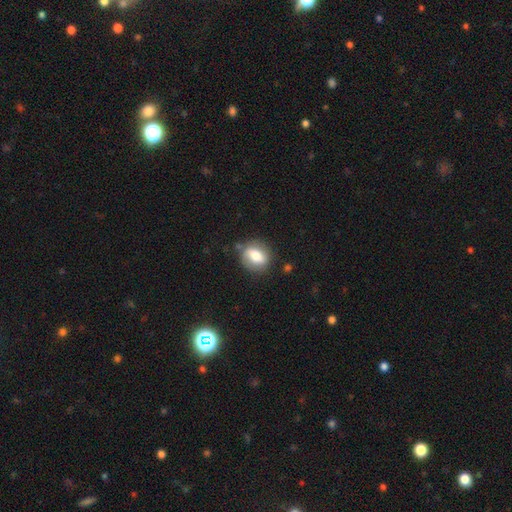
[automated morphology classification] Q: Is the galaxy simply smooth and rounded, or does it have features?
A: smooth — 66%.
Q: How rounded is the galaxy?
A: round — 52%.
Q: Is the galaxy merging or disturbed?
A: none — 71%.